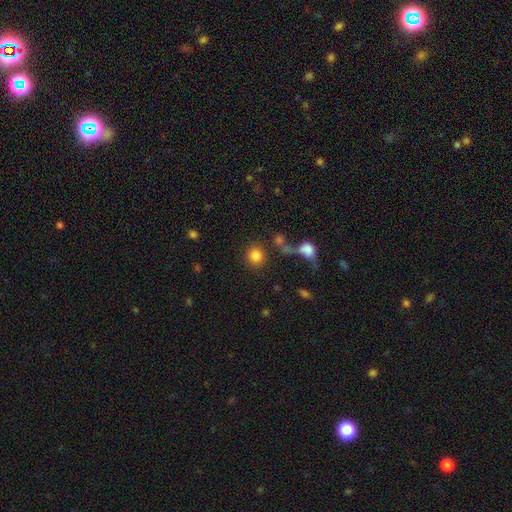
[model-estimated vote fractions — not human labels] smooth-or-featured: smooth: 84% | star or artifact: 10% | featured or disk: 6%
  how-rounded: round: 89% | in between: 10% | cigar-shaped: 1%
  merging: none: 76% | merger: 11% | minor disturbance: 8% | major disturbance: 6%